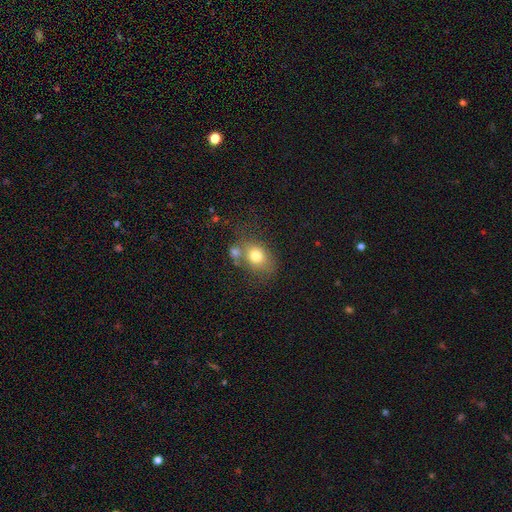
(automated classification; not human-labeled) Smooth or featured?
  - smooth: 75% *
  - featured or disk: 15%
  - star or artifact: 10%
How rounded?
  - in between: 58% *
  - round: 41%
  - cigar-shaped: 1%
Merging?
  - none: 46% *
  - merger: 28%
  - minor disturbance: 17%
  - major disturbance: 8%